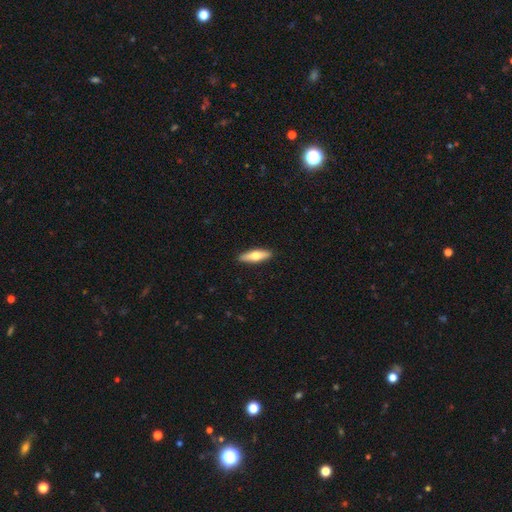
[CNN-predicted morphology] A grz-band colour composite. It shows a smooth galaxy with no disk features (60%) that is cigar-shaped (55%). Merging: none (90%).